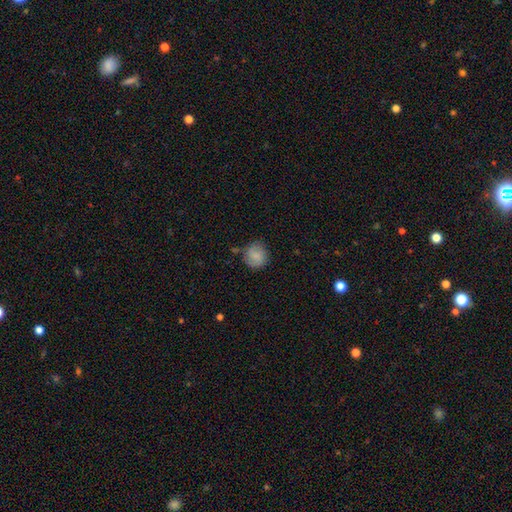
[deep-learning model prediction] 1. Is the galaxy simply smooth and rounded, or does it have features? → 79% smooth, 13% featured or disk, 8% star or artifact.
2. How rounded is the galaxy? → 89% round, 10% in between, 1% cigar-shaped.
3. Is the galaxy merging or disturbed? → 73% none, 19% minor disturbance, 4% major disturbance, 4% merger.